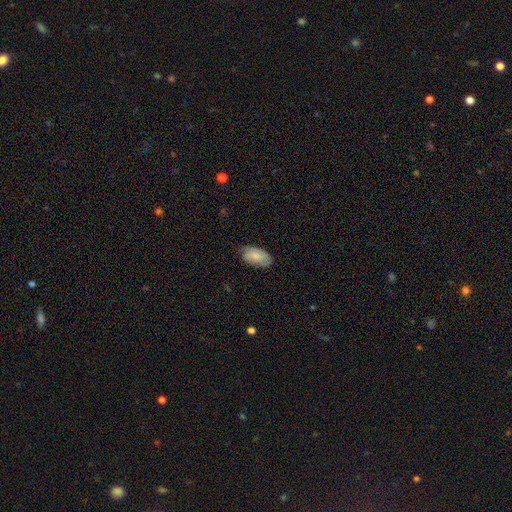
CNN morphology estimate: Smooth or featured?
  - smooth: 73% *
  - featured or disk: 20%
  - star or artifact: 6%
How rounded?
  - in between: 94% *
  - round: 4%
  - cigar-shaped: 2%
Merging?
  - none: 67% *
  - minor disturbance: 27%
  - major disturbance: 5%
  - merger: 1%